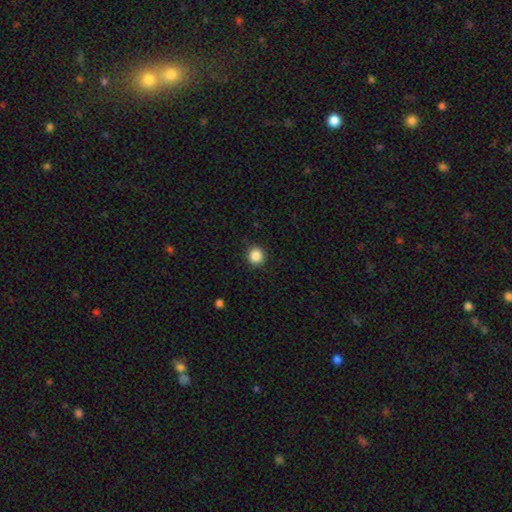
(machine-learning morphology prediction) smooth-or-featured: smooth: 87% | star or artifact: 10% | featured or disk: 3%
  how-rounded: round: 94% | in between: 5% | cigar-shaped: 1%
  merging: none: 91% | minor disturbance: 6% | major disturbance: 2% | merger: 1%